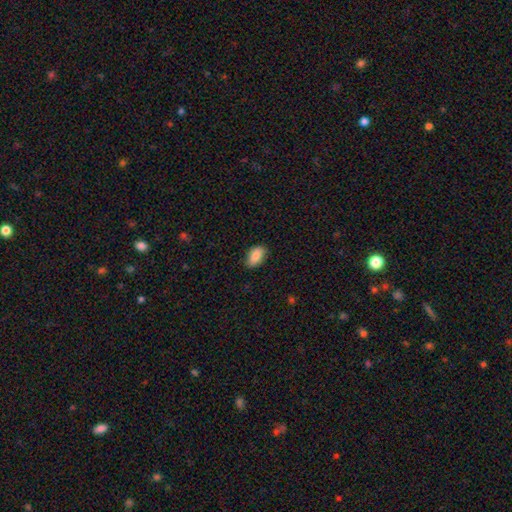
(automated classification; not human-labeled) smooth-or-featured: smooth: 87% | star or artifact: 7% | featured or disk: 6%
  how-rounded: in between: 92% | round: 5% | cigar-shaped: 3%
  merging: none: 85% | minor disturbance: 12% | major disturbance: 2% | merger: 1%